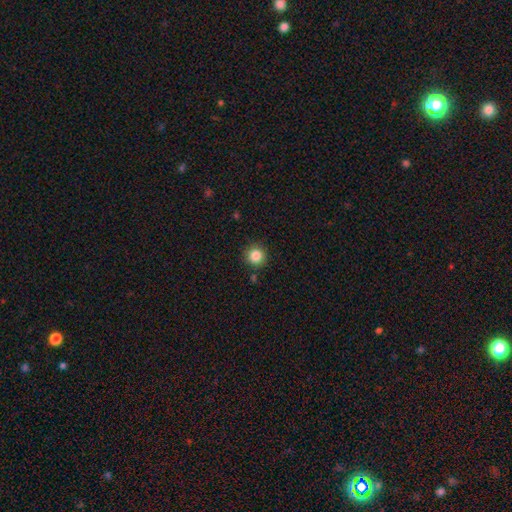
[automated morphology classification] Smooth or featured? smooth (85%)
How rounded? round (94%)
Merging? none (88%)